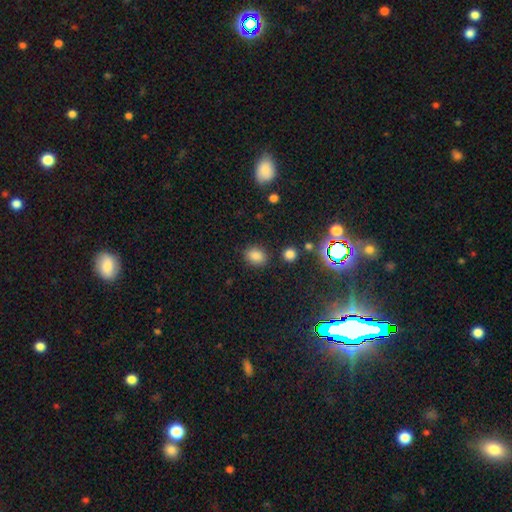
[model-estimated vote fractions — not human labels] A smooth galaxy with no disk features (80%) that is in between round and cigar-shaped (58%).

Vote fractions:
- Smooth or featured? smooth: 80% / star or artifact: 14% / featured or disk: 5%
- How rounded? in between: 58% / round: 41% / cigar-shaped: 1%
- Merging? none: 82% / minor disturbance: 11% / major disturbance: 3% / merger: 3%